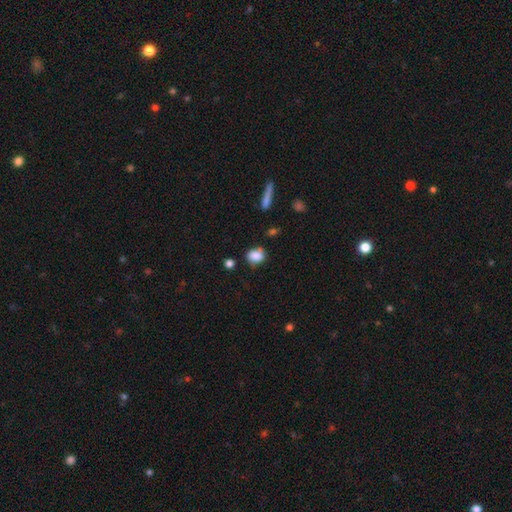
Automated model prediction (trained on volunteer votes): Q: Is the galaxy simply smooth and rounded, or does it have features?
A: smooth — 82%.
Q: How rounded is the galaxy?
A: in between — 57%.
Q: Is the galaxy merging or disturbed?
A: none — 59%.